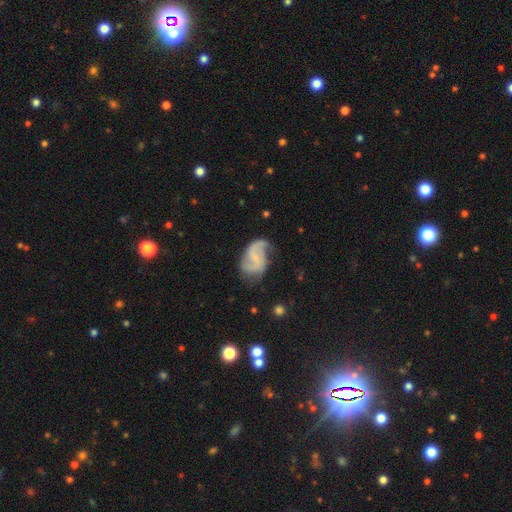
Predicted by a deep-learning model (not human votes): Smooth or featured? Predicted: featured or disk (p=0.78). Edge-on disk? Predicted: no (p=0.98). Bar? Predicted: weak (p=0.49). Spiral arms? Predicted: yes (p=0.93). Spiral winding? Predicted: loose (p=0.50). Spiral arm count? Predicted: 2 (p=0.84). Bulge size? Predicted: small (p=0.44). Merging? Predicted: none (p=0.57).